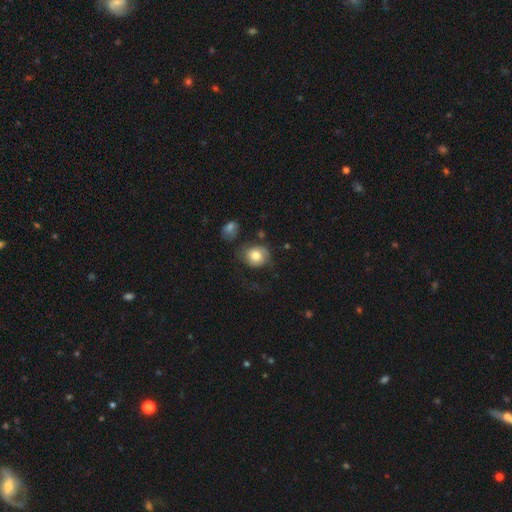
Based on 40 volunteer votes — A smooth galaxy with no disk features (80%) that is round (66%).

Vote fractions:
- Smooth or featured? smooth: 80% / featured or disk: 18% / star or artifact: 2%
- How rounded? round: 66% / in between: 34% / cigar-shaped: 0%
- Merging? none: 36% / minor disturbance: 33% / major disturbance: 23% / merger: 8%